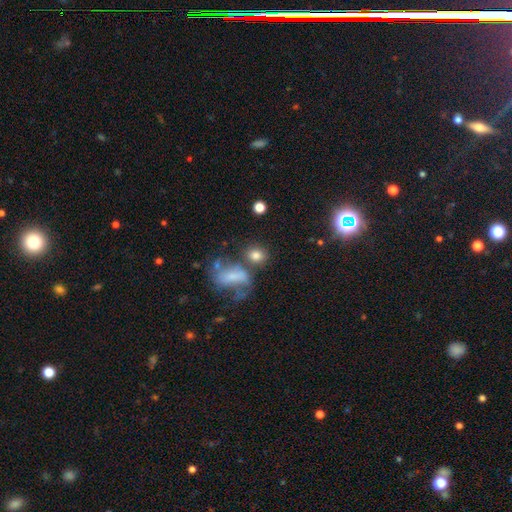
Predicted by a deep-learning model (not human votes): This is likely a smooth galaxy (76%). How rounded: possibly round (60%). Merging: possibly none (59%).